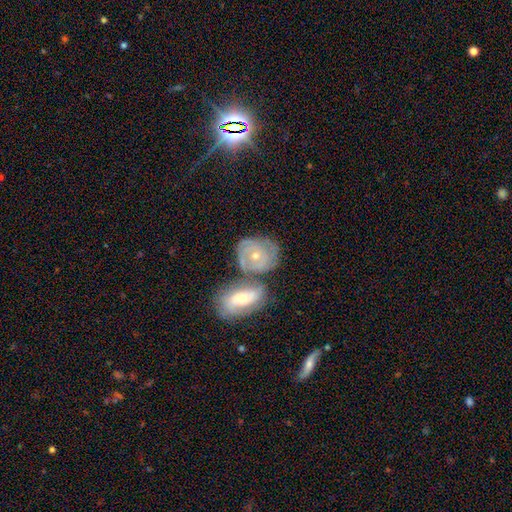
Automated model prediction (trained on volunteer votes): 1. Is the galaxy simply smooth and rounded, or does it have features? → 67% featured or disk, 27% smooth, 6% star or artifact.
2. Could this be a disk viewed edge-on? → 96% no, 4% yes.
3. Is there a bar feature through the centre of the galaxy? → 77% no, 19% weak, 4% strong.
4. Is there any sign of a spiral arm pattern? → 81% yes, 19% no.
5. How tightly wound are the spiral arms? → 66% tight, 26% medium, 8% loose.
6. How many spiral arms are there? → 41% can't tell, 25% 2, 19% 3, 6% 4, 6% 1, 4% more than 4.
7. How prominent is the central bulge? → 48% moderate (tied), 48% small (tied), 2% large, 1% none, 1% dominant.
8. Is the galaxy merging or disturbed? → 42% none, 36% merger, 16% minor disturbance, 6% major disturbance.